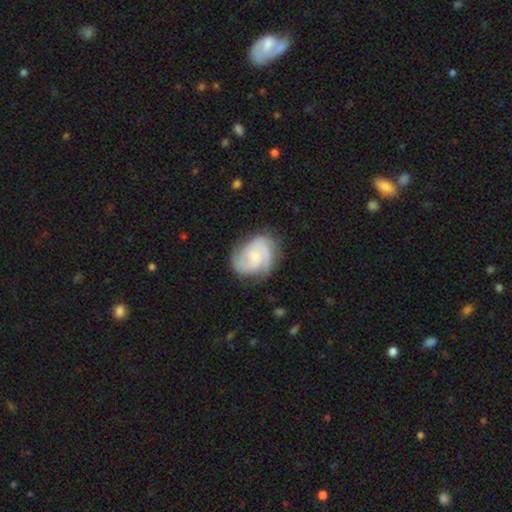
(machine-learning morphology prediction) This appears to be a featured or disk galaxy (78%) with no bar (66%), 2 (41%) tight (45%) spiral arms (96%) and a small central bulge (55%). Merging: none (71%).